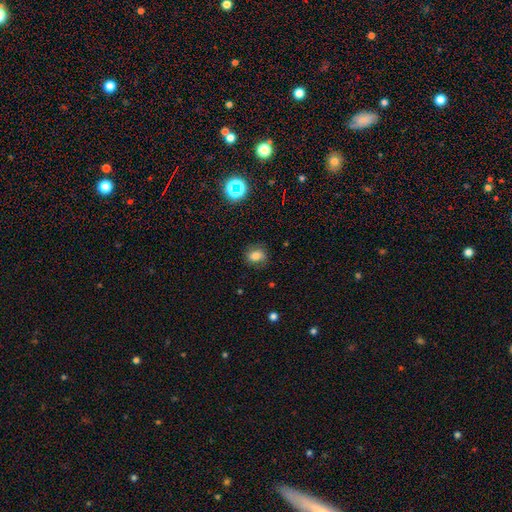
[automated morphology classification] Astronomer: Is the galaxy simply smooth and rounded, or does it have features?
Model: smooth — 74%.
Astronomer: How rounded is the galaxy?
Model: round — 52% (runner-up: in between, 46%).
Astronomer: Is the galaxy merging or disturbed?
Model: none — 78%.